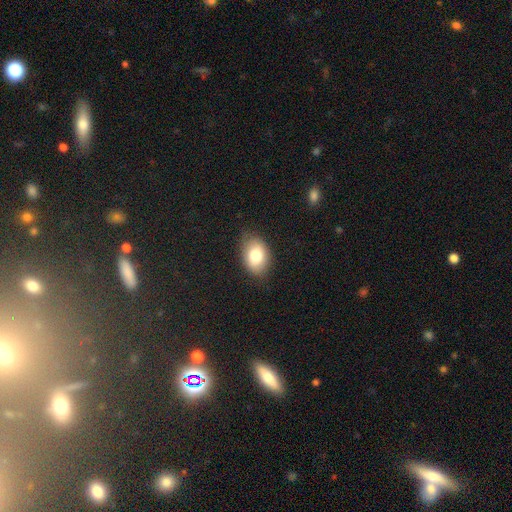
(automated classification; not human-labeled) A smooth galaxy with no disk features (80%) that is in between round and cigar-shaped (82%).

Vote fractions:
- Smooth or featured? smooth: 80% / featured or disk: 12% / star or artifact: 8%
- How rounded? in between: 82% / round: 17% / cigar-shaped: 1%
- Merging? none: 79% / minor disturbance: 17% / major disturbance: 4% / merger: 1%